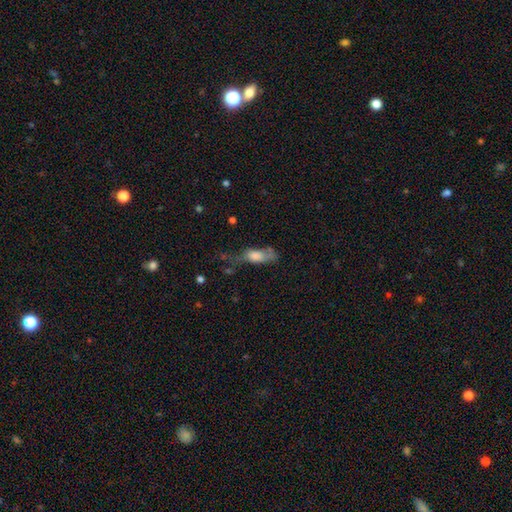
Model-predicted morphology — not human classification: Smooth or featured? smooth (61%)
How rounded? in between (63%)
Merging? major disturbance (34%)